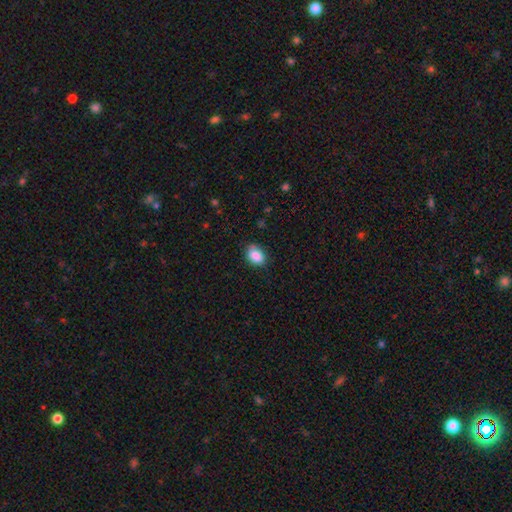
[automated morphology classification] Smooth or featured?
  - smooth: 87% *
  - star or artifact: 8%
  - featured or disk: 5%
How rounded?
  - in between: 78% *
  - round: 21%
  - cigar-shaped: 1%
Merging?
  - none: 75% *
  - minor disturbance: 20%
  - major disturbance: 4%
  - merger: 1%